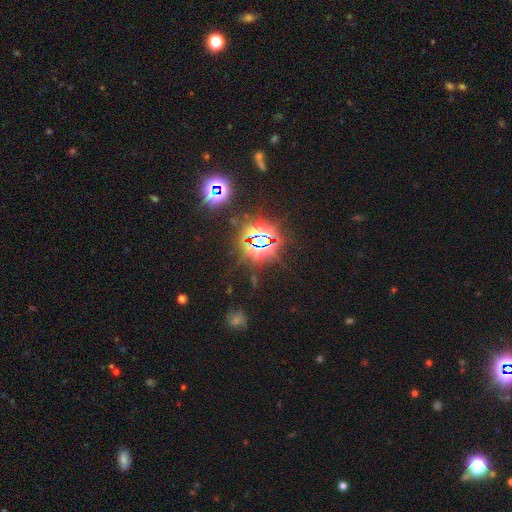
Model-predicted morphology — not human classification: Smooth or featured? Predicted: star or artifact (p=0.82).